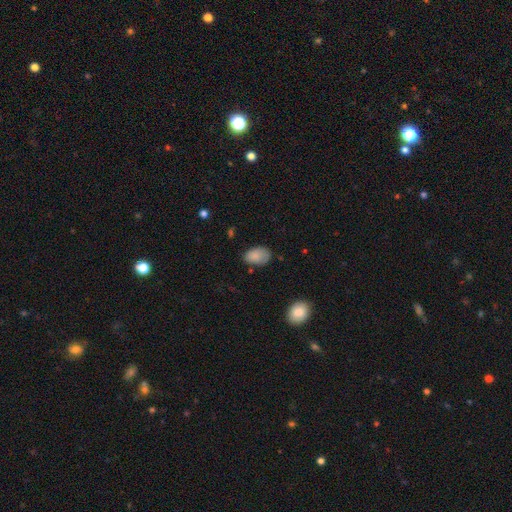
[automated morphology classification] Smooth or featured?
  - smooth: 85% *
  - star or artifact: 8%
  - featured or disk: 7%
How rounded?
  - in between: 89% *
  - round: 10%
  - cigar-shaped: 1%
Merging?
  - none: 68% *
  - minor disturbance: 24%
  - major disturbance: 6%
  - merger: 2%